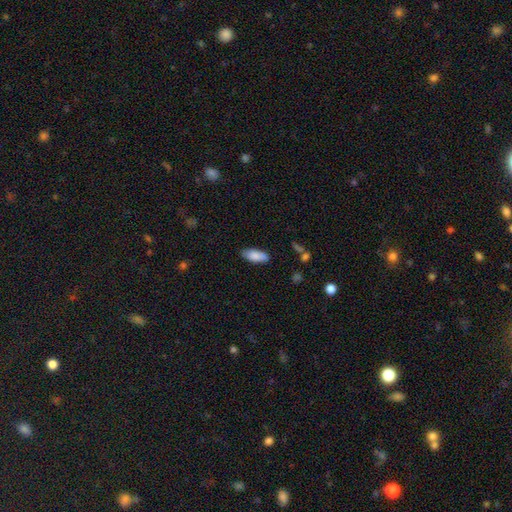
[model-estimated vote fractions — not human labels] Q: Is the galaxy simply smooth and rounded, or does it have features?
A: smooth — 86%.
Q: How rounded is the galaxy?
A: in between — 82%.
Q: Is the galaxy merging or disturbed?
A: none — 82%.